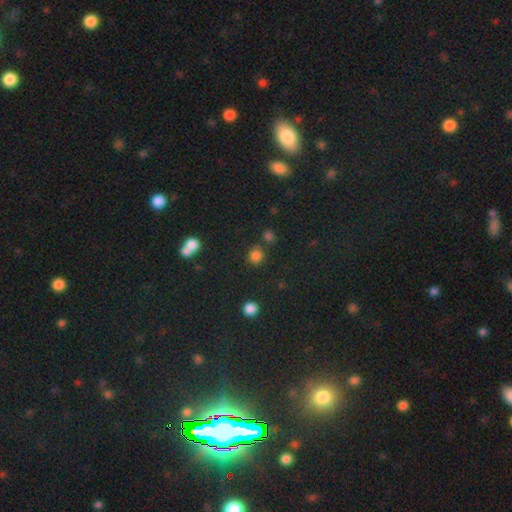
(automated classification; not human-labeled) smooth_or_featured: smooth (p=0.78) [alt: star or artifact p=0.17]
how_rounded: round (p=0.86) [alt: in between p=0.13]
merging: none (p=0.76) [alt: merger p=0.12]